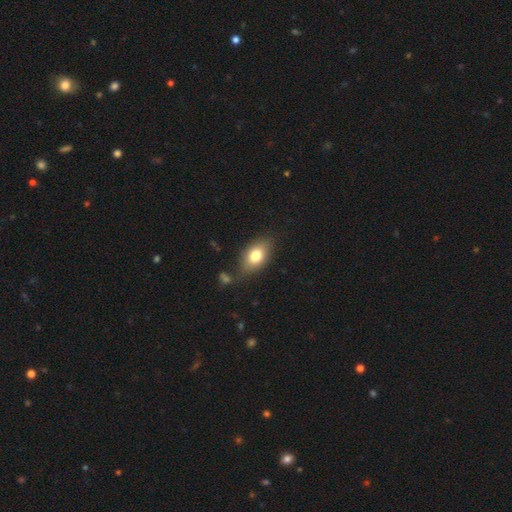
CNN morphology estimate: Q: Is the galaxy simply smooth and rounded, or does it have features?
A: smooth — 78%.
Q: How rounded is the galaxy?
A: in between — 86%.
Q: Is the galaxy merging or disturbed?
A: none — 72%.